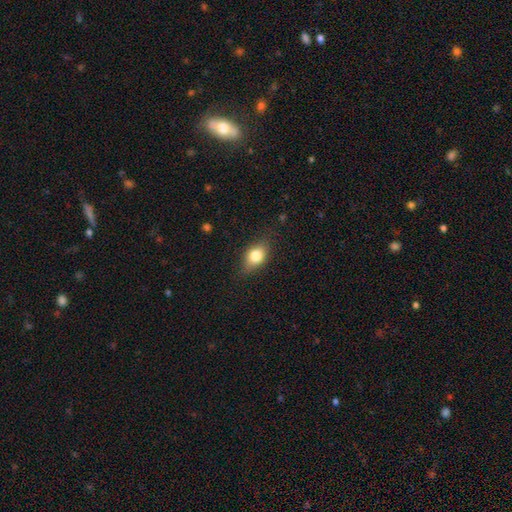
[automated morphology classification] smooth-or-featured: smooth: 76% | featured or disk: 16% | star or artifact: 9%
  how-rounded: in between: 73% | round: 23% | cigar-shaped: 4%
  merging: none: 77% | minor disturbance: 17% | major disturbance: 4% | merger: 1%